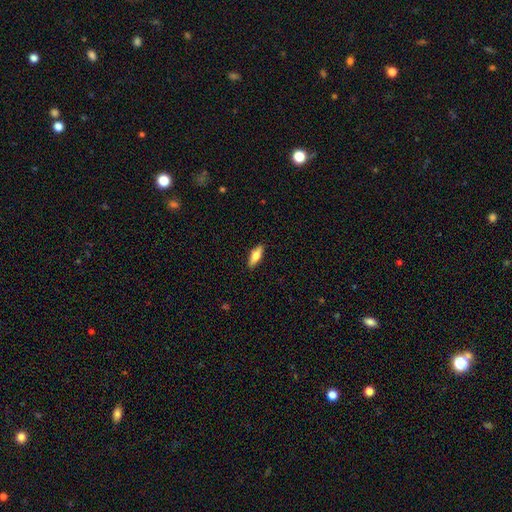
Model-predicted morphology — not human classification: This is likely a smooth galaxy (68%). How rounded: possibly in between (57%). Merging: clearly none (89%).